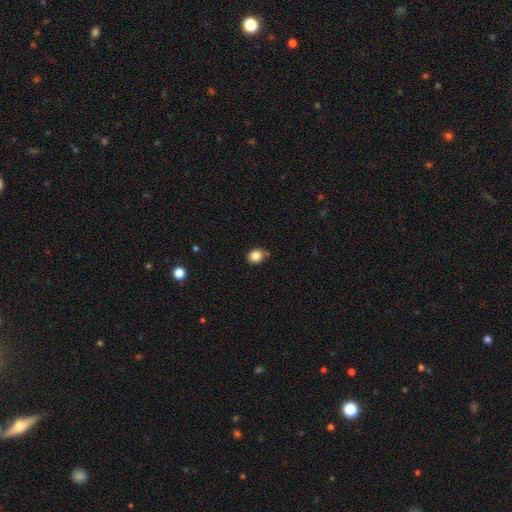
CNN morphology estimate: Q: Smooth or featured?
A: smooth (85%); runner-up: star or artifact (10%)
Q: How rounded?
A: round (70%); runner-up: in between (29%)
Q: Merging?
A: none (76%); runner-up: minor disturbance (18%)